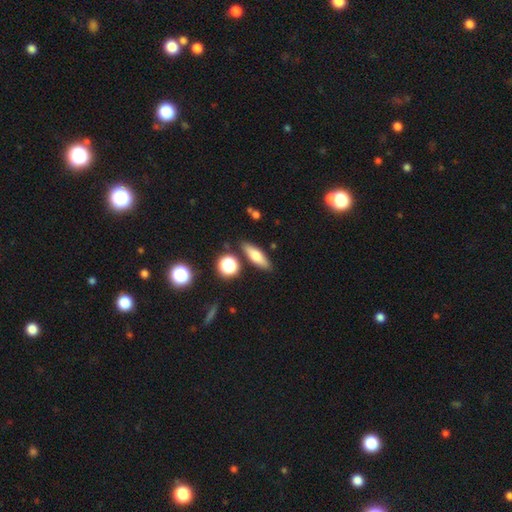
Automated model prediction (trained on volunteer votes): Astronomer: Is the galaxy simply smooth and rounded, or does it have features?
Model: smooth — 64%.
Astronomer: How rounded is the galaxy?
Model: in between — 49% (runner-up: cigar-shaped, 44%).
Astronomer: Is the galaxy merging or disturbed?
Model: none — 84%.